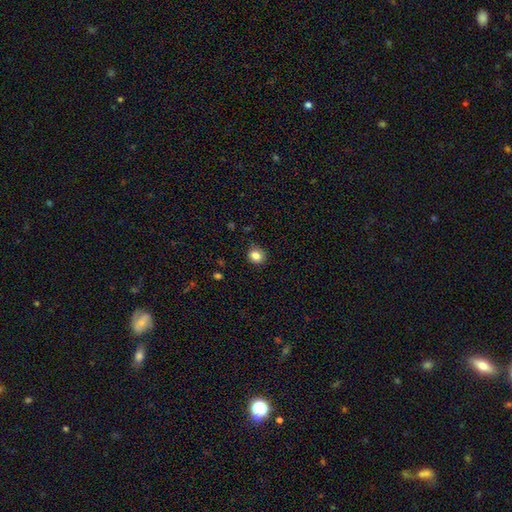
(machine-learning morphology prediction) type=smooth (84%); roundness=round (75%); merging=none (83%).